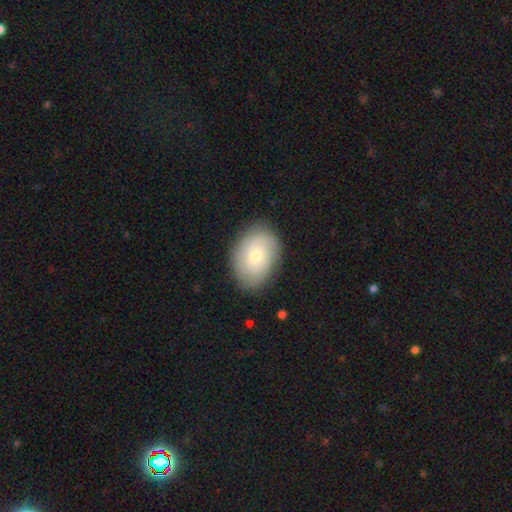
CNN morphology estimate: The model was most divided on "smooth or featured": smooth: 64%, featured or disk: 29%, star or artifact: 8%. More confident: merging — none (82%); how rounded — in between (77%).